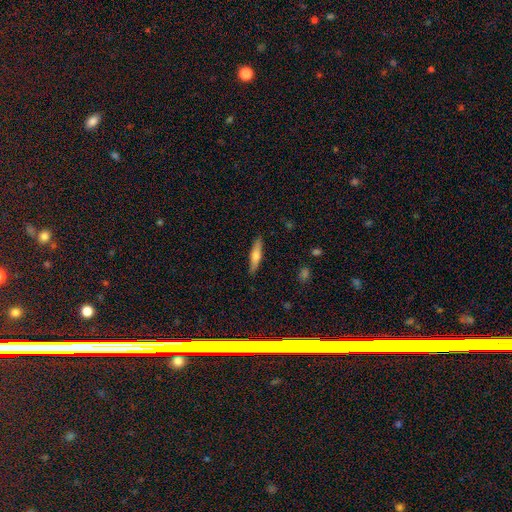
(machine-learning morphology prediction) smooth-or-featured: smooth: 56% | featured or disk: 38% | star or artifact: 6%
  how-rounded: cigar-shaped: 83% | in between: 15% | round: 2%
  merging: none: 89% | minor disturbance: 8% | major disturbance: 2% | merger: 1%